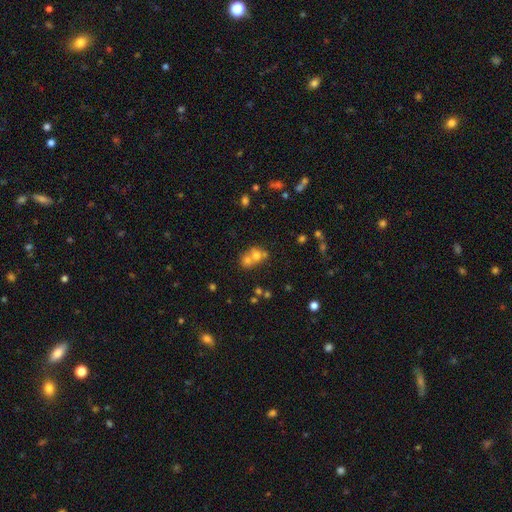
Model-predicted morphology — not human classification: Overall: smooth (59%; featured or disk 21%). How rounded: round (70%). Merging: merger (59%; none 31%).